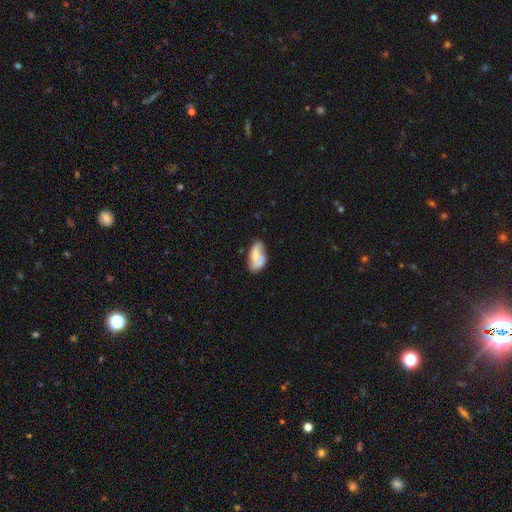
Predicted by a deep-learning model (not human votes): Smooth or featured? Predicted: smooth (p=0.62). How rounded? Predicted: in between (p=0.93). Merging? Predicted: none (p=0.48).